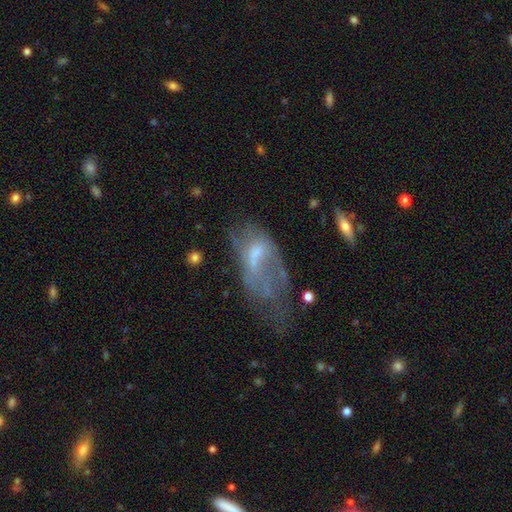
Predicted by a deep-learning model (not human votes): Smooth or featured: featured or disk — 53% (smooth — 35%)
Edge-on disk: no — 92% (yes — 8%)
Merging: major disturbance — 51% (none — 22%)